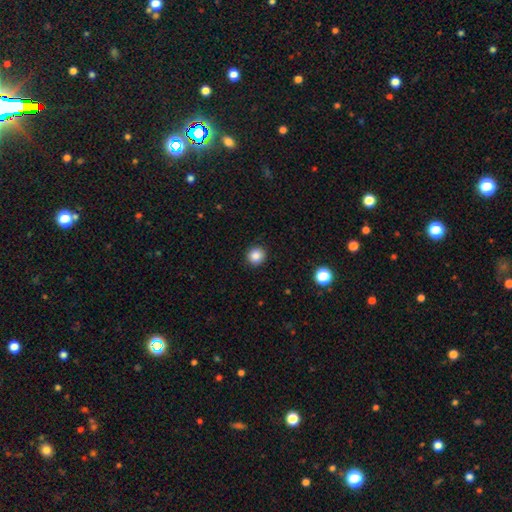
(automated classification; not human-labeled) Morphology: type=smooth (86%); roundness=round (92%); merging=none (92%).